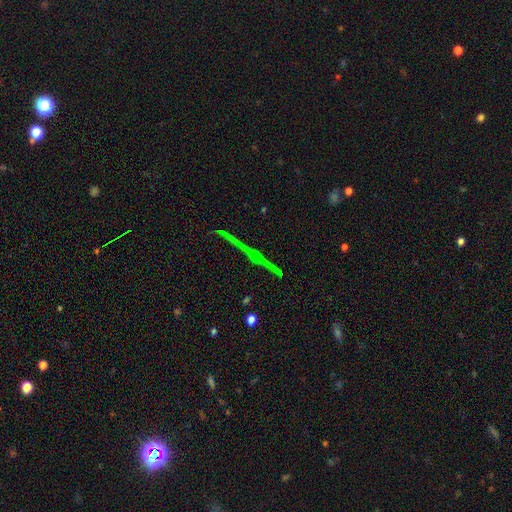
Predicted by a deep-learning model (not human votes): Smooth or featured? Predicted: star or artifact (p=0.56).